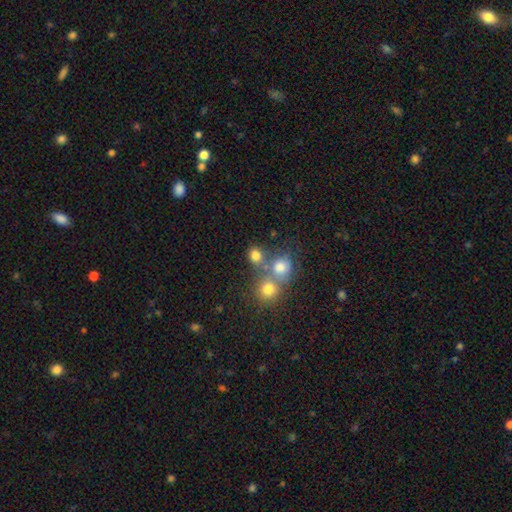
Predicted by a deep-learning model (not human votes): Smooth or featured: smooth — 78% (star or artifact — 14%)
How rounded: round — 71% (in between — 28%)
Merging: none — 55% (merger — 31%)